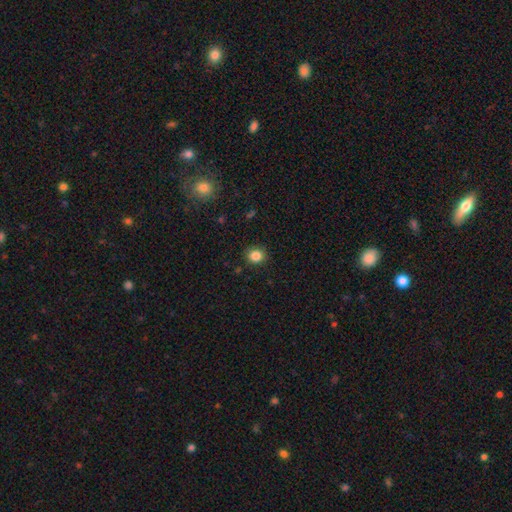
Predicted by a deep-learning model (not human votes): Smooth or featured? Predicted: smooth (p=0.85). How rounded? Predicted: round (p=0.78). Merging? Predicted: none (p=0.89).